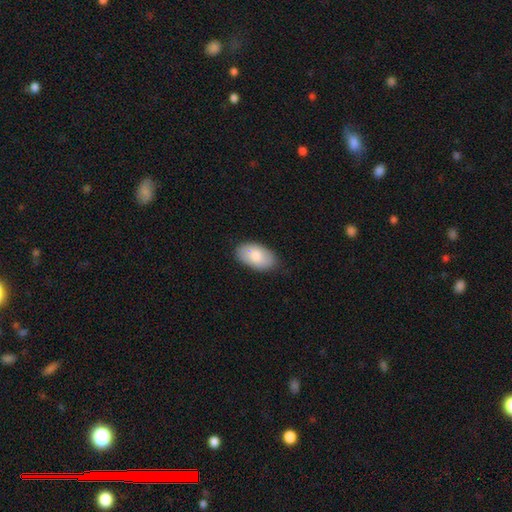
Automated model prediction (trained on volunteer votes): smooth 82%, featured or disk 12%, star or artifact 6%. Down the decision tree: how rounded — in between (95%); merging — none (83%).